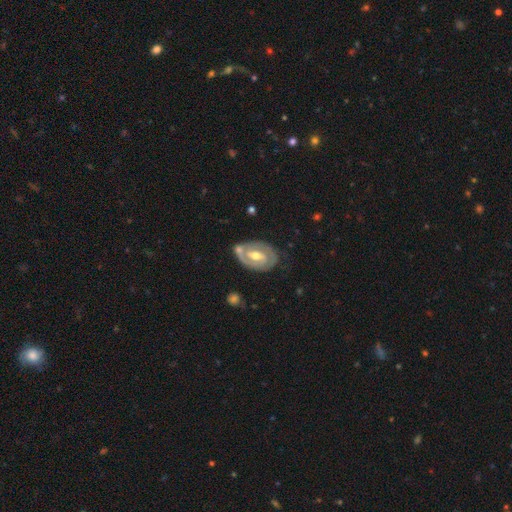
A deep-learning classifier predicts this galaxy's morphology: A featured or disk galaxy (78%) with a weak bar (46%), 2 (63%) tight (61%) spiral arms (78%) and a moderate central bulge (71%). Merging: none (64%).